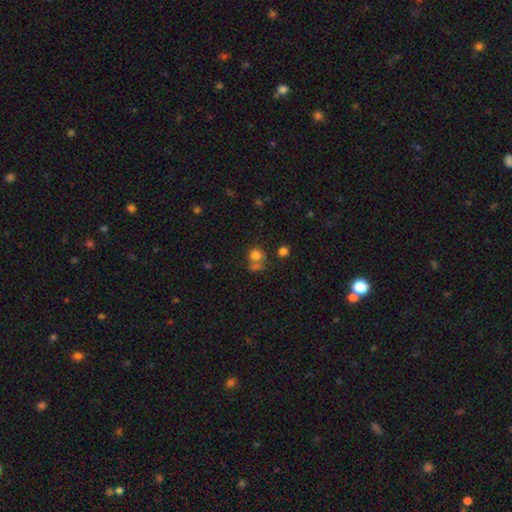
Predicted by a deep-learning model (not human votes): A smooth galaxy with no disk features (75%) that is round (76%). Merging: none (47%).